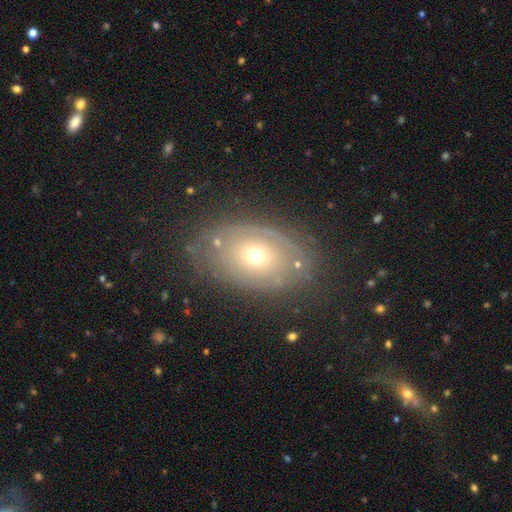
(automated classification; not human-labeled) A featured or disk galaxy (50%). Merging: none (74%).